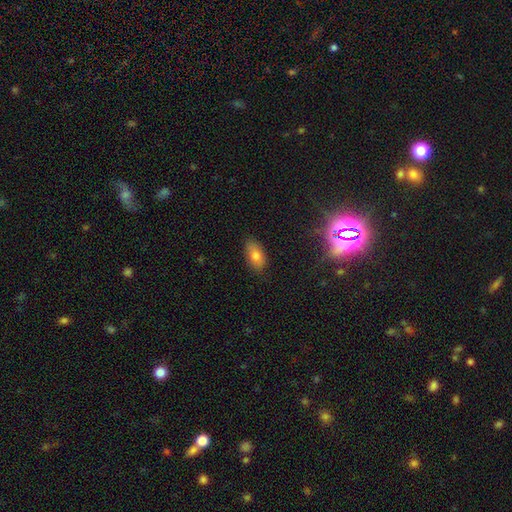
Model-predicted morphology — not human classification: Q: Smooth or featured?
A: smooth (74%); runner-up: star or artifact (14%)
Q: How rounded?
A: in between (90%); runner-up: round (6%)
Q: Merging?
A: none (82%); runner-up: minor disturbance (13%)